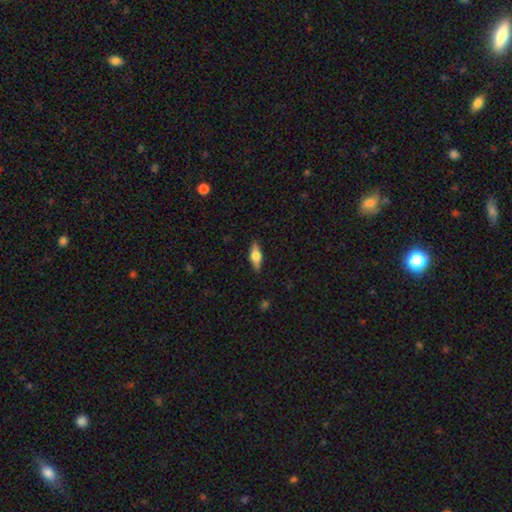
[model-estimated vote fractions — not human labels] smooth-or-featured: featured or disk: 52% | smooth: 42% | star or artifact: 6%
  disk-edge-on: yes: 93% | no: 7%
  merging: none: 88% | minor disturbance: 9% | major disturbance: 2% | merger: 1%